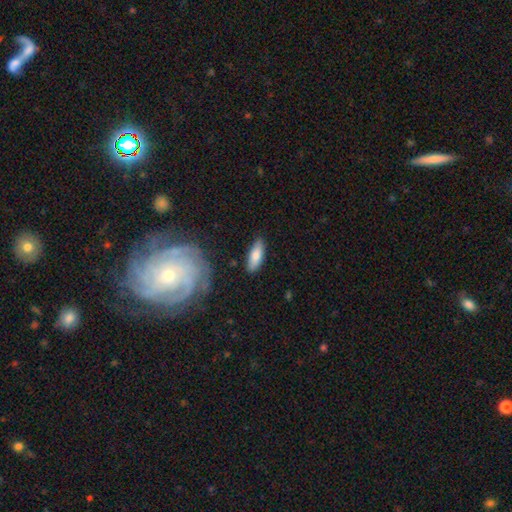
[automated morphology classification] Overall: smooth (79%). How rounded: in between (65%; cigar-shaped 33%). Merging: none (83%).